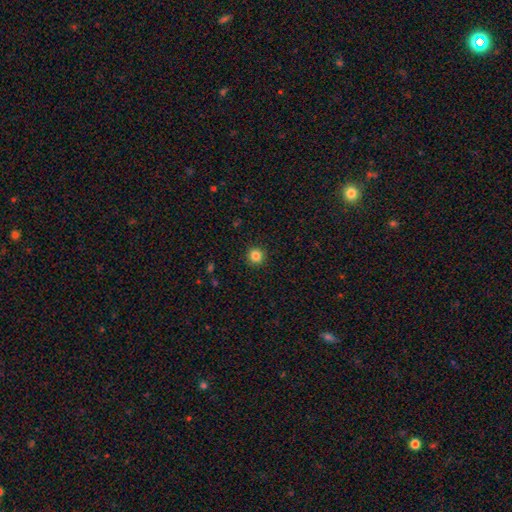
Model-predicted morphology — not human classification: smooth-or-featured: smooth: 84% | star or artifact: 12% | featured or disk: 5%
  how-rounded: round: 95% | in between: 4% | cigar-shaped: 1%
  merging: none: 92% | minor disturbance: 5% | major disturbance: 2% | merger: 1%